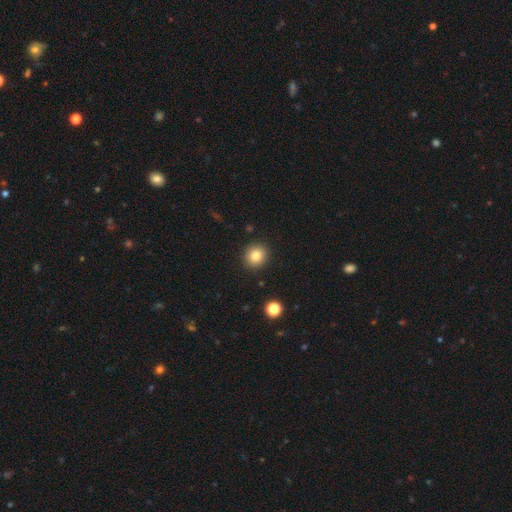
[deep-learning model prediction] Smooth or featured? smooth (83%)
How rounded? round (88%)
Merging? none (91%)